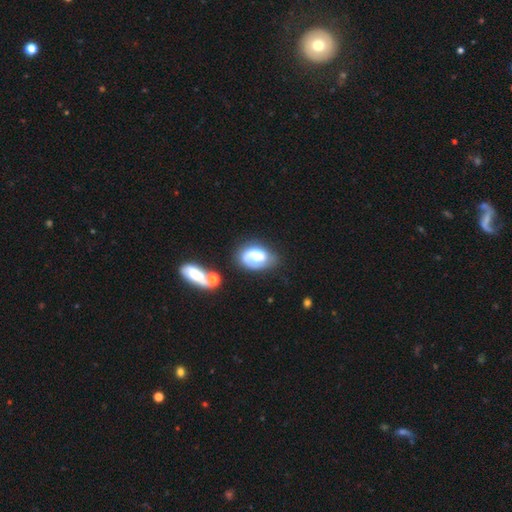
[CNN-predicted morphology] A featured or disk galaxy (46%).

Vote fractions:
- Smooth or featured? featured or disk: 46% / smooth: 44% / star or artifact: 10%
- Merging? none: 46% / minor disturbance: 25% / major disturbance: 17% / merger: 12%